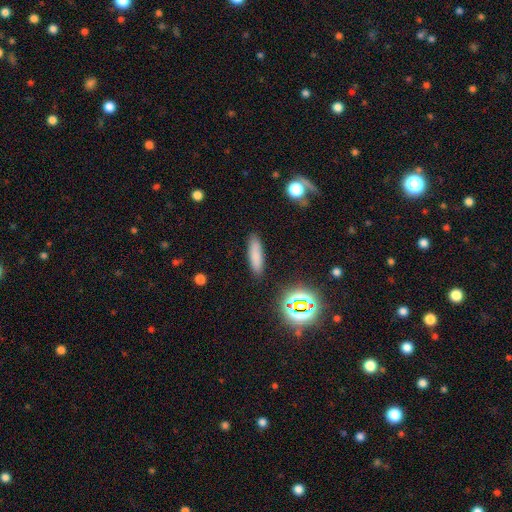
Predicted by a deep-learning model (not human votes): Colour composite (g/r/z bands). It shows a smooth galaxy with no disk features (80%) that is cigar-shaped (66%). Merging: none (88%).